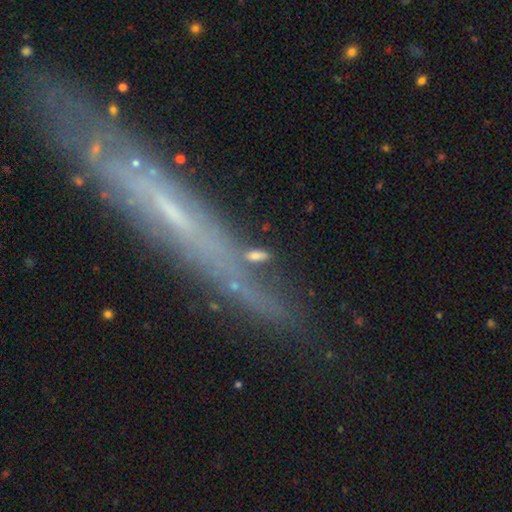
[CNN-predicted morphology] A smooth galaxy with no disk features (64%) that is in between round and cigar-shaped (70%).

Vote fractions:
- Smooth or featured? smooth: 64% / star or artifact: 19% / featured or disk: 17%
- How rounded? in between: 70% / cigar-shaped: 20% / round: 10%
- Merging? none: 67% / minor disturbance: 14% / major disturbance: 10% / merger: 9%